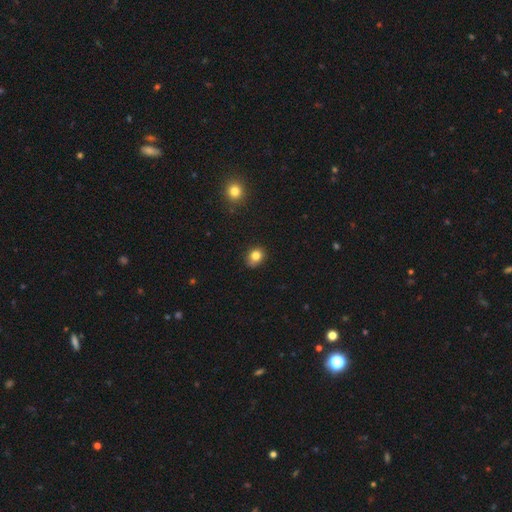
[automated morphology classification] A smooth galaxy with no disk features (81%) that is round (54%).

Vote fractions:
- Smooth or featured? smooth: 81% / star or artifact: 11% / featured or disk: 7%
- How rounded? round: 54% / in between: 45% / cigar-shaped: 1%
- Merging? none: 78% / minor disturbance: 17% / major disturbance: 3% / merger: 1%